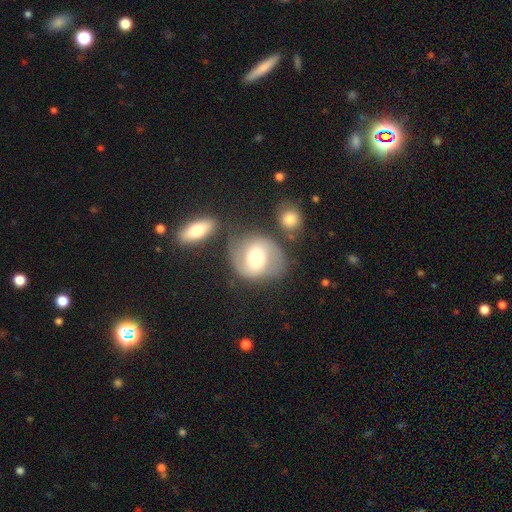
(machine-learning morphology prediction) Smooth or featured: featured or disk — 66% (smooth — 27%)
Edge-on disk: no — 97% (yes — 3%)
Bar: no — 44% (weak — 40%)
Spiral arms: yes — 88% (no — 12%)
Spiral winding: medium — 51% (tight — 26%)
Spiral arm count: 2 — 89% (can't tell — 6%)
Bulge size: moderate — 66% (small — 19%)
Merging: none — 65% (minor disturbance — 17%)